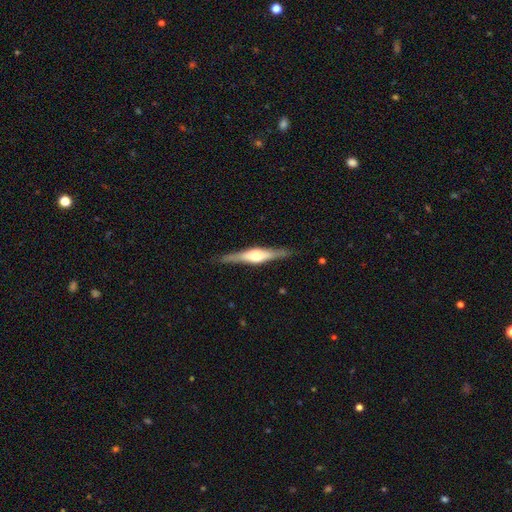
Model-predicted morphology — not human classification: This appears to be a featured or disk galaxy (75%) viewed edge-on (97%) with a rounded central bulge (82%). Merging: none (88%).